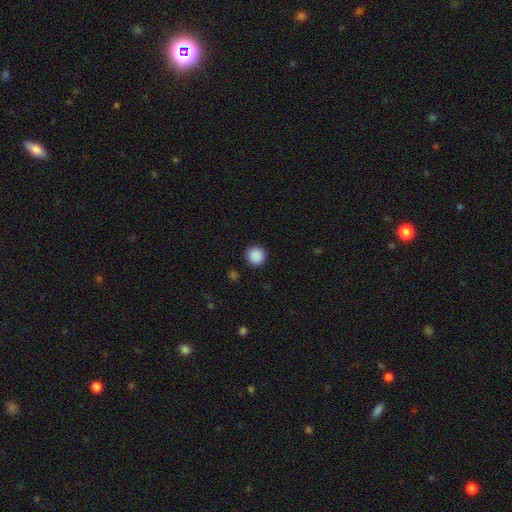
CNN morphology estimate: This appears to be a smooth galaxy with no disk features (89%) that is round (94%). Merging: none (92%).